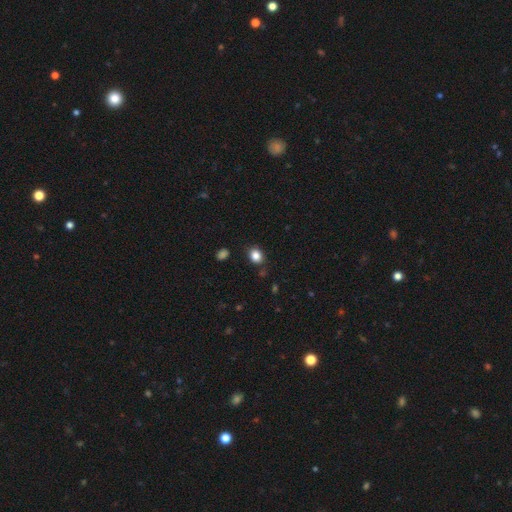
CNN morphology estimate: Smooth or featured? Predicted: smooth (p=0.85). How rounded? Predicted: round (p=0.56). Merging? Predicted: none (p=0.83).